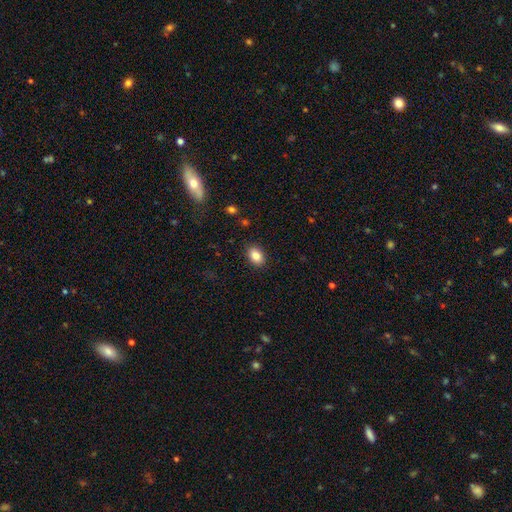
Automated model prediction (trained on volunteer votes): smooth 85%, star or artifact 9%, featured or disk 7%. Down the decision tree: how rounded — in between (80%); merging — none (88%).